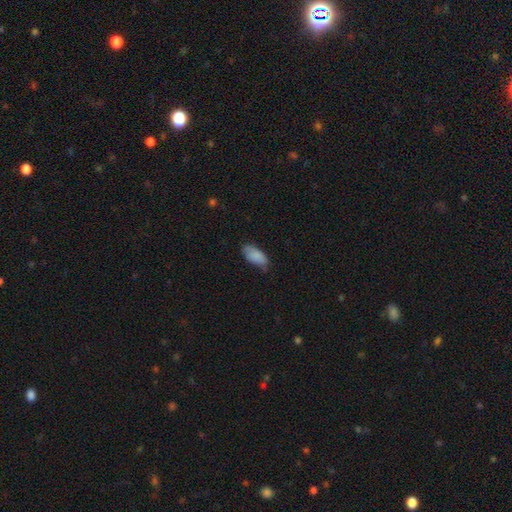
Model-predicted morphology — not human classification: A smooth galaxy with no disk features (86%) that is in between round and cigar-shaped (92%). Merging: none (62%).